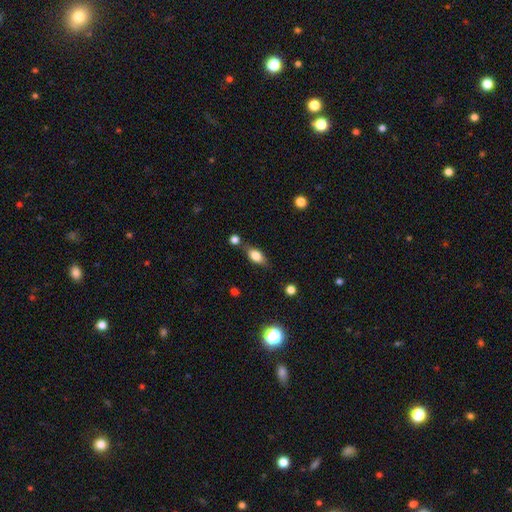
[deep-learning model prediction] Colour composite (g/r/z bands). It shows a smooth galaxy with no disk features (75%) that is in between round and cigar-shaped (83%). Merging: none (69%).